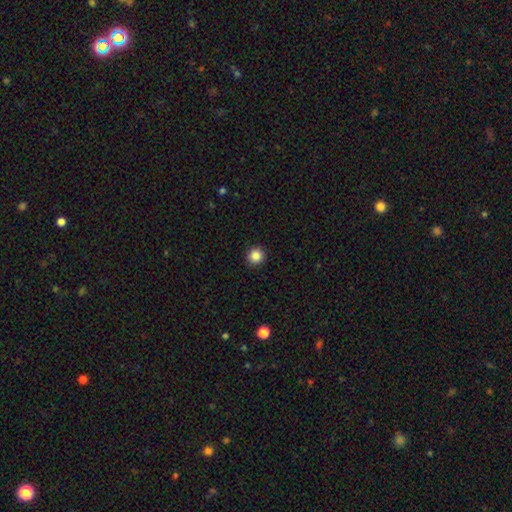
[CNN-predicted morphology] smooth 86%, star or artifact 10%, featured or disk 3%. Down the decision tree: how rounded — round (94%); merging — none (93%).